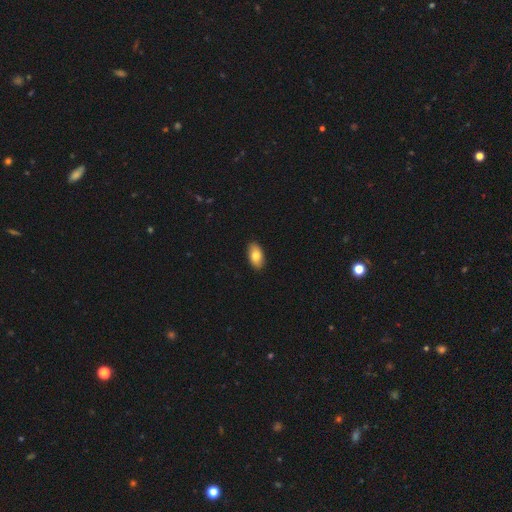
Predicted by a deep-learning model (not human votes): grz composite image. It shows a smooth galaxy with no disk features (80%) that is in between round and cigar-shaped (93%). Merging: none (90%).